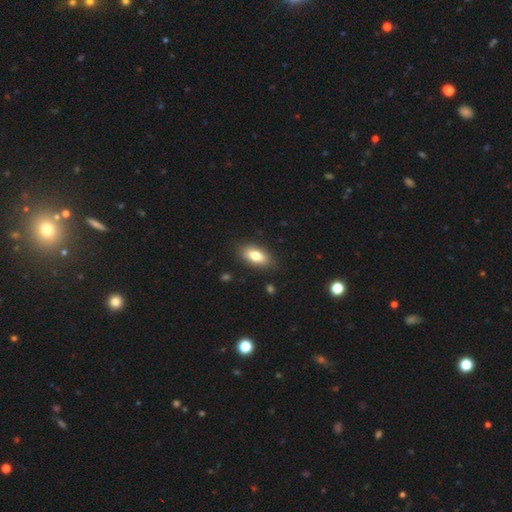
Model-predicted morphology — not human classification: Overall: smooth (77%). How rounded: in between (86%). Merging: none (86%).